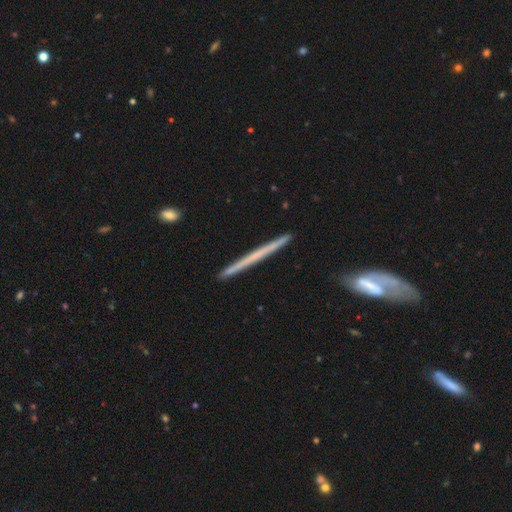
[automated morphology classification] This appears to be a featured or disk galaxy (56%) viewed edge-on (97%) with no central bulge (89%). Merging: none (89%).